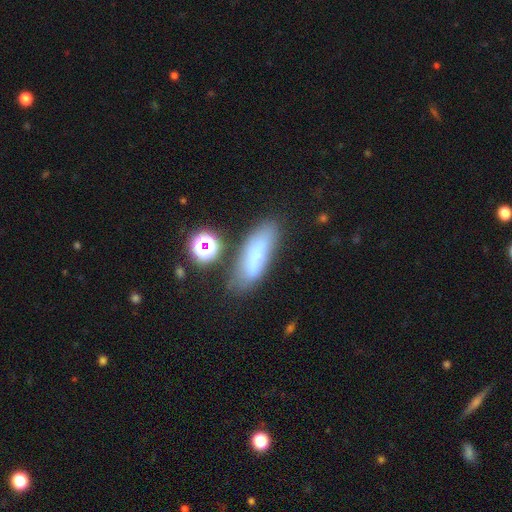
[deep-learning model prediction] Smooth or featured? Predicted: smooth (p=0.61). How rounded? Predicted: in between (p=0.55). Merging? Predicted: none (p=0.56).